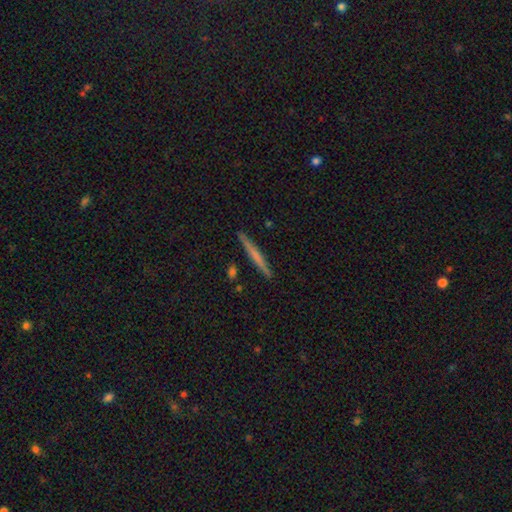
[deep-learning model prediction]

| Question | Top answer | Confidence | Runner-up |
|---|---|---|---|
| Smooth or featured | smooth | 51% | featured or disk (43%) |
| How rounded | cigar-shaped | 96% | in between (2%) |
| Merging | none | 91% | minor disturbance (6%) |